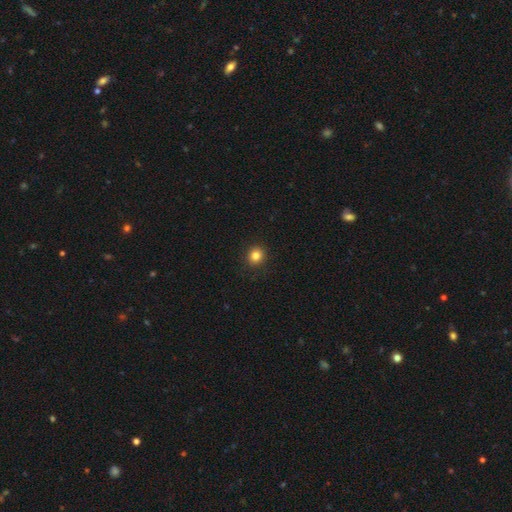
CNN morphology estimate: A smooth galaxy with no disk features (83%) that is round (83%). Merging: none (92%).